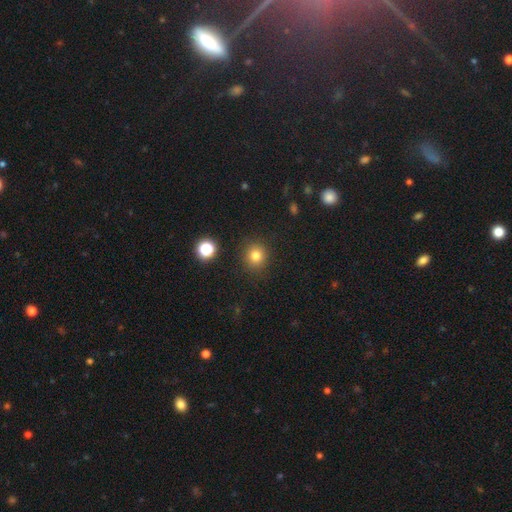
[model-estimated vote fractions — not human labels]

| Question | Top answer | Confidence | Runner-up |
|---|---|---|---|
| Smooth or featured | smooth | 79% | star or artifact (14%) |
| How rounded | round | 91% | in between (8%) |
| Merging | none | 89% | minor disturbance (7%) |